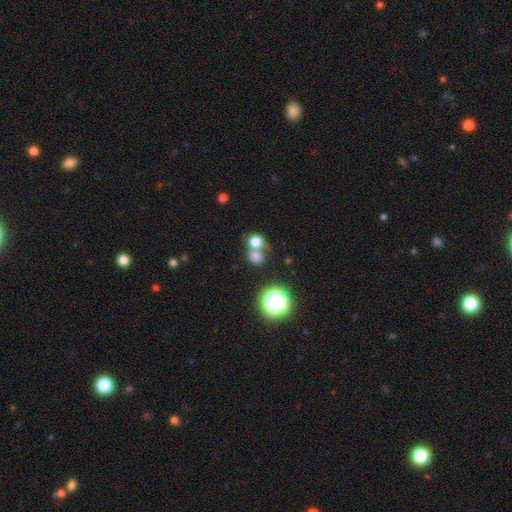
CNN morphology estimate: smooth_or_featured: smooth (p=0.73) [alt: star or artifact p=0.19]
how_rounded: round (p=0.82) [alt: in between p=0.17]
merging: none (p=0.50) [alt: merger p=0.37]